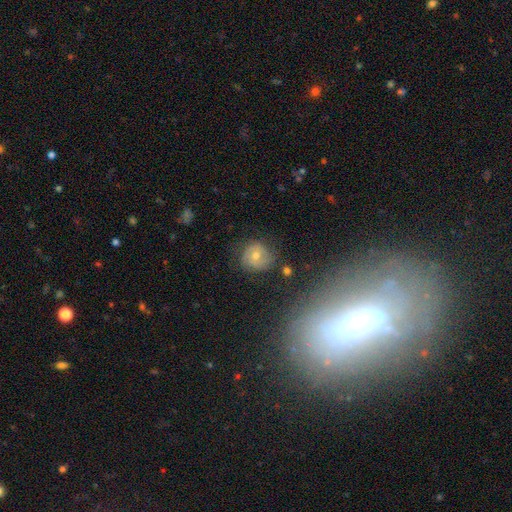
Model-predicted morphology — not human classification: This appears to be a featured or disk galaxy (48%). Merging: none (68%).